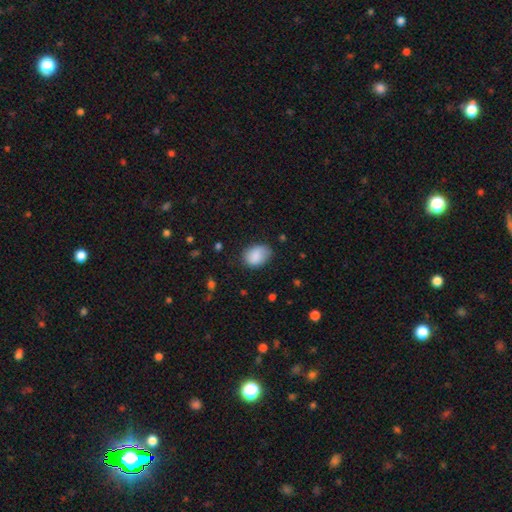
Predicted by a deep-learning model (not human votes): Smooth or featured: smooth — 87% (star or artifact — 7%)
How rounded: in between — 74% (round — 25%)
Merging: none — 65% (minor disturbance — 27%)